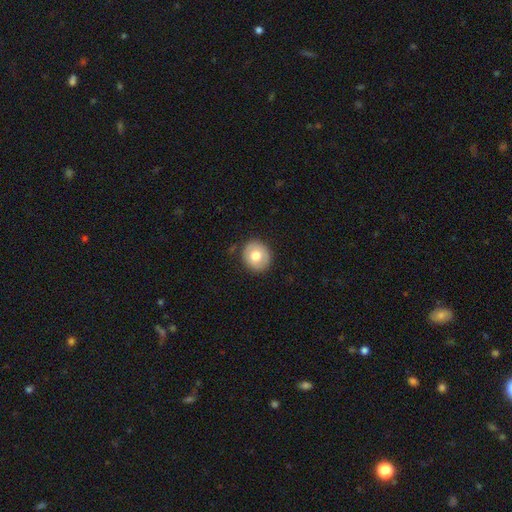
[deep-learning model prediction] Smooth or featured? Predicted: smooth (p=0.72). How rounded? Predicted: round (p=0.83). Merging? Predicted: none (p=0.87).